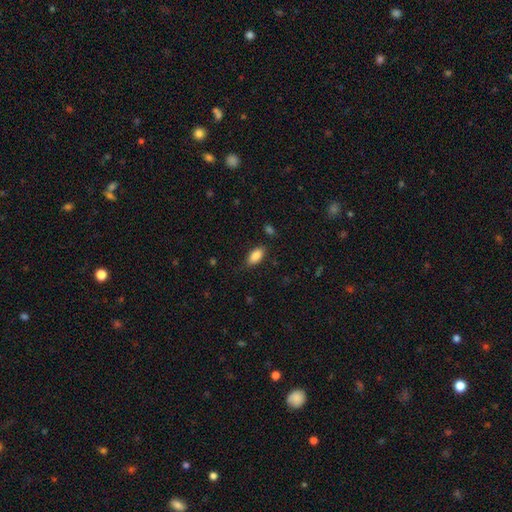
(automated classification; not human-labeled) Q: Smooth or featured?
A: smooth (87%); runner-up: star or artifact (7%)
Q: How rounded?
A: in between (91%); runner-up: cigar-shaped (6%)
Q: Merging?
A: none (81%); runner-up: minor disturbance (14%)